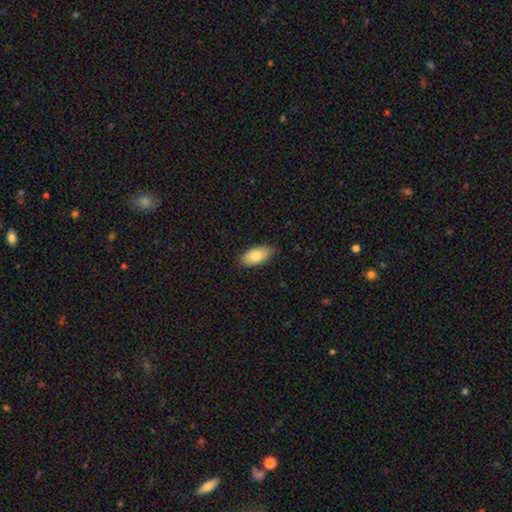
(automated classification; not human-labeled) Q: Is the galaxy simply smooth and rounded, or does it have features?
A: smooth — 81%.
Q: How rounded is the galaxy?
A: in between — 93%.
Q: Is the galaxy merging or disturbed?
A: none — 82%.